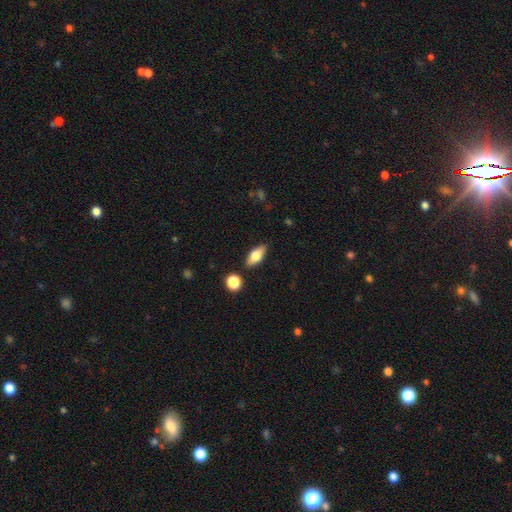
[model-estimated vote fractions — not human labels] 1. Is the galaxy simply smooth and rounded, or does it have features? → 67% smooth, 26% featured or disk, 7% star or artifact.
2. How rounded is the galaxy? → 80% in between, 15% cigar-shaped, 5% round.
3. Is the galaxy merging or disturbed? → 84% none, 10% minor disturbance, 3% merger, 2% major disturbance.